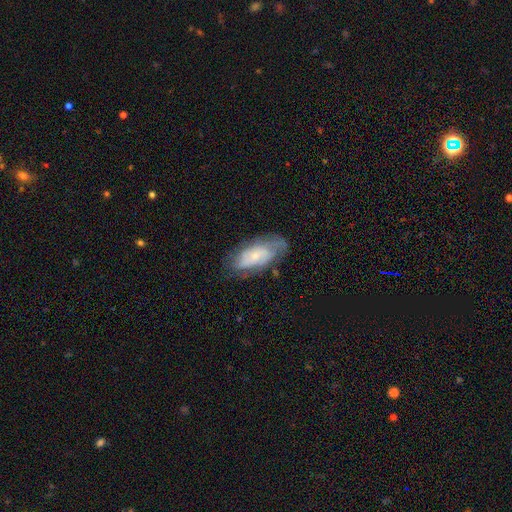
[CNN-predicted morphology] Smooth or featured?
  - featured or disk: 63% *
  - smooth: 30%
  - star or artifact: 7%
Edge-on disk?
  - no: 92% *
  - yes: 8%
Bar?
  - no: 73% *
  - weak: 22%
  - strong: 5%
Spiral arms?
  - yes: 80% *
  - no: 20%
Bulge size?
  - small: 70% *
  - moderate: 22%
  - none: 4%
  - large: 2%
  - dominant: 1%
Merging?
  - none: 62% *
  - minor disturbance: 25%
  - major disturbance: 12%
  - merger: 2%